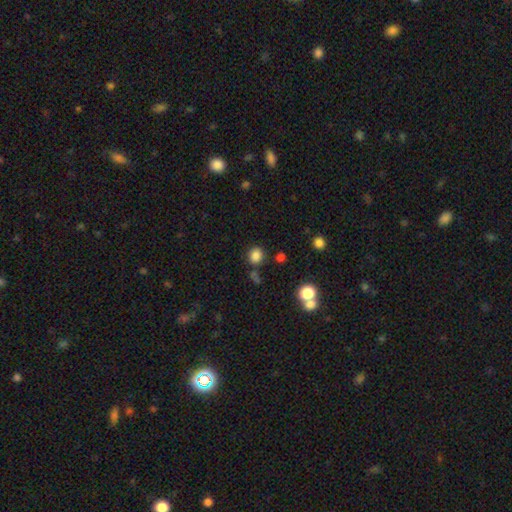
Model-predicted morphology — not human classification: type=smooth (82%); roundness=round (82%); merging=none (79%).